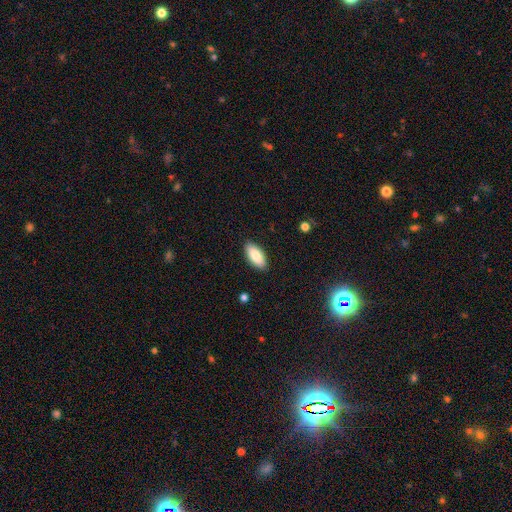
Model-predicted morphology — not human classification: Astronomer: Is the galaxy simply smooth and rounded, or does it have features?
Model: smooth — 84%.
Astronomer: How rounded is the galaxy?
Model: in between — 89%.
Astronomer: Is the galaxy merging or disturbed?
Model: none — 89%.